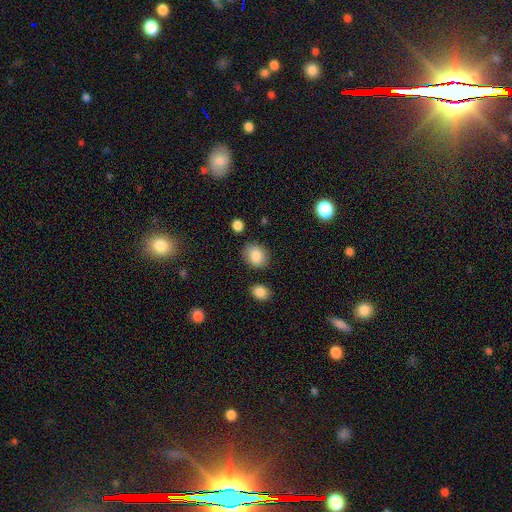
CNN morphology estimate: Overall: smooth (86%). How rounded: round (58%; in between 41%). Merging: none (82%).